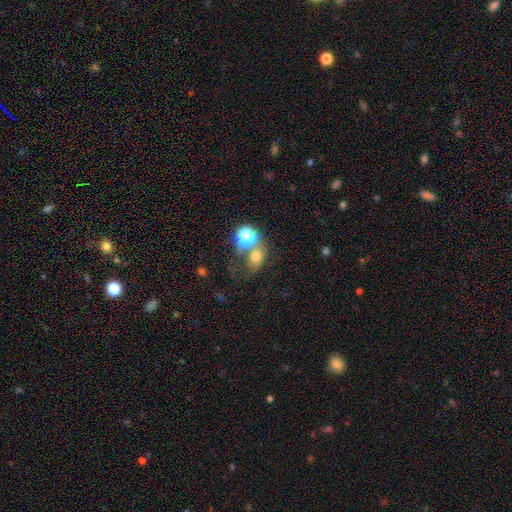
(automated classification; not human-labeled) Smooth or featured: smooth — 66% (star or artifact — 20%)
How rounded: in between — 51% (round — 47%)
Merging: none — 46% (merger — 30%)